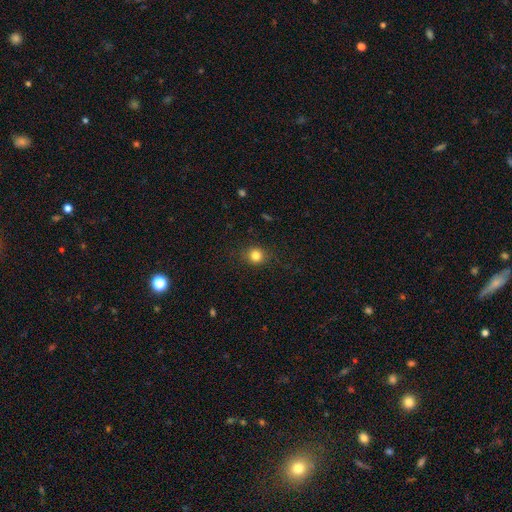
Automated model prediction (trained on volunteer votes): Q: Smooth or featured?
A: smooth (82%); runner-up: star or artifact (13%)
Q: How rounded?
A: round (87%); runner-up: in between (12%)
Q: Merging?
A: none (87%); runner-up: minor disturbance (9%)